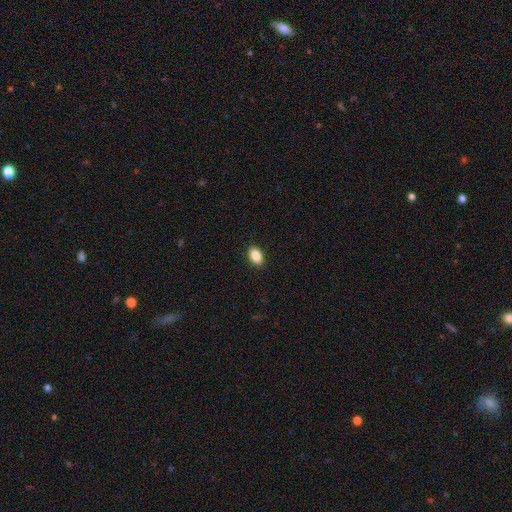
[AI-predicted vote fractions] smooth 88%, star or artifact 8%, featured or disk 5%. Down the decision tree: how rounded — in between (90%); merging — none (90%).